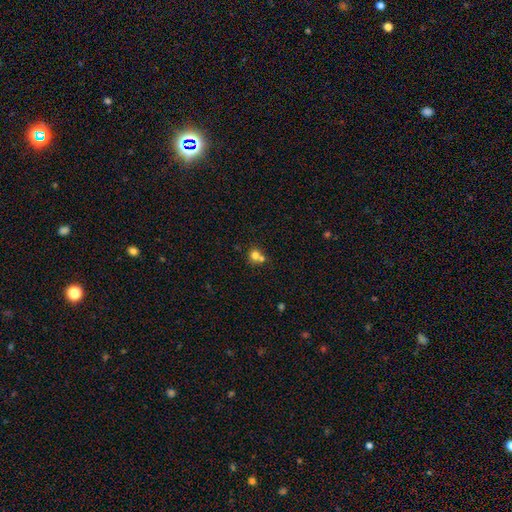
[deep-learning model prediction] Q: Smooth or featured?
A: smooth (75%); runner-up: star or artifact (13%)
Q: How rounded?
A: round (84%); runner-up: in between (15%)
Q: Merging?
A: merger (47%); runner-up: none (43%)